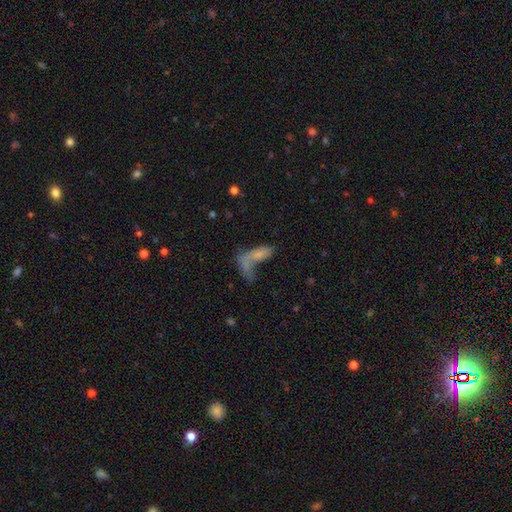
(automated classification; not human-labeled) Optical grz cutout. It shows a smooth galaxy with no disk features (57%) that is in between round and cigar-shaped (62%). Merging: merger (43%).